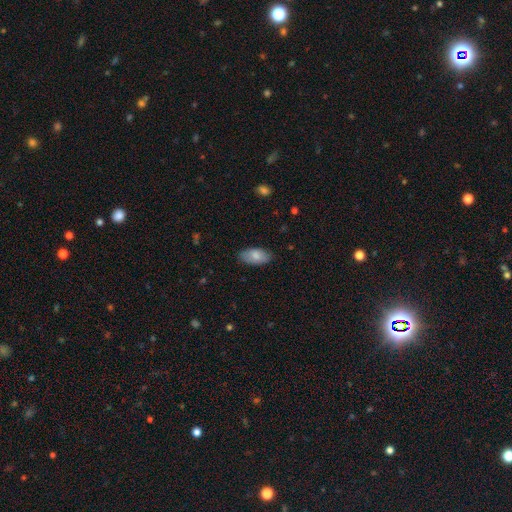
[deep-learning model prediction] smooth_or_featured: smooth (p=0.79) [alt: featured or disk p=0.15]
how_rounded: in between (p=0.94) [alt: cigar-shaped p=0.03]
merging: none (p=0.83) [alt: minor disturbance p=0.14]